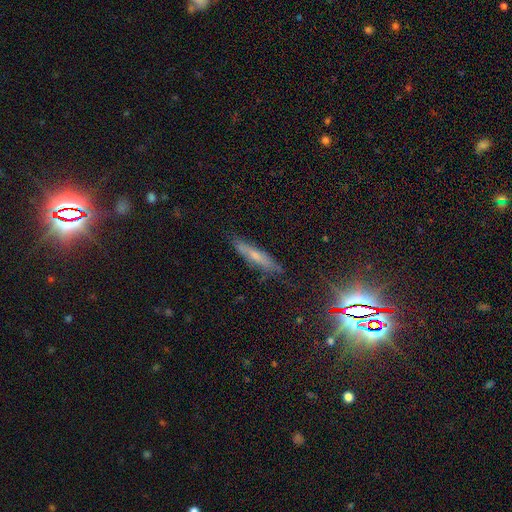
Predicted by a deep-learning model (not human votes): Q: Smooth or featured?
A: smooth (44%); runner-up: featured or disk (39%)
Q: Merging?
A: none (81%); runner-up: minor disturbance (14%)